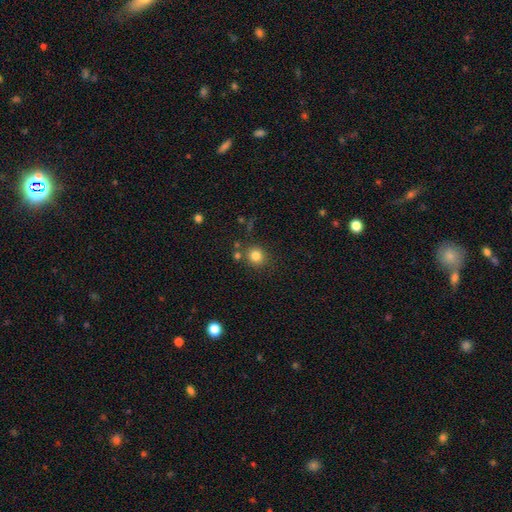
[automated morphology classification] This is clearly a smooth galaxy (82%). How rounded: clearly round (88%). Merging: likely none (79%).